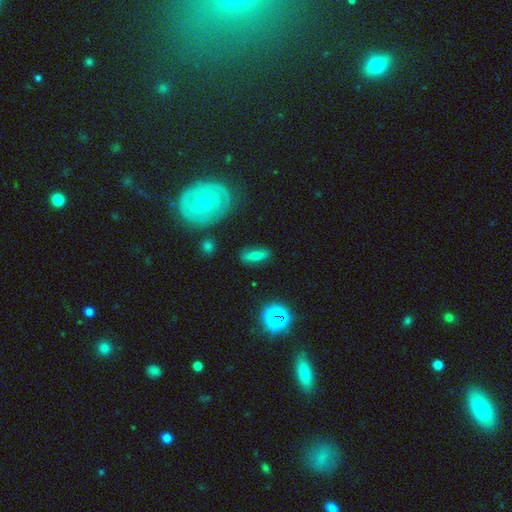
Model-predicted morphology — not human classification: type=smooth (54%); roundness=in between (60%); merging=none (80%).